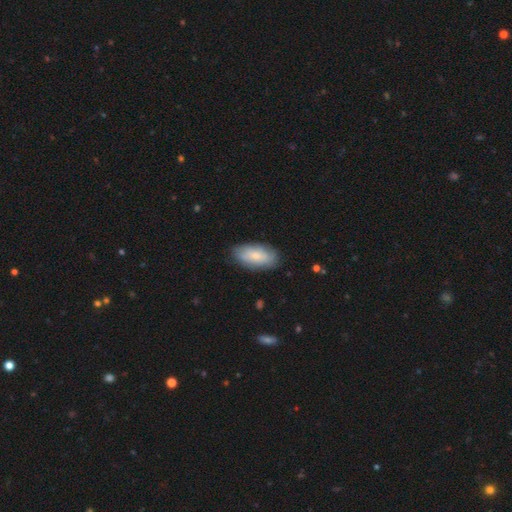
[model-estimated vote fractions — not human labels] smooth-or-featured: smooth: 76% | featured or disk: 18% | star or artifact: 6%
  how-rounded: in between: 91% | cigar-shaped: 7% | round: 2%
  merging: none: 82% | minor disturbance: 14% | major disturbance: 3% | merger: 1%